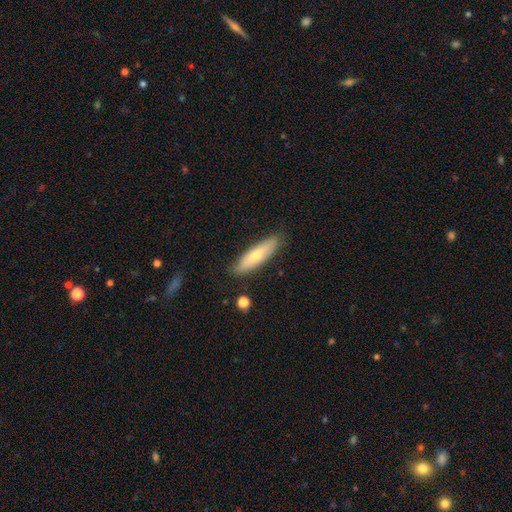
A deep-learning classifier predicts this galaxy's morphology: Smooth or featured: smooth — 64% (featured or disk — 29%)
How rounded: cigar-shaped — 64% (in between — 34%)
Merging: none — 84% (minor disturbance — 12%)